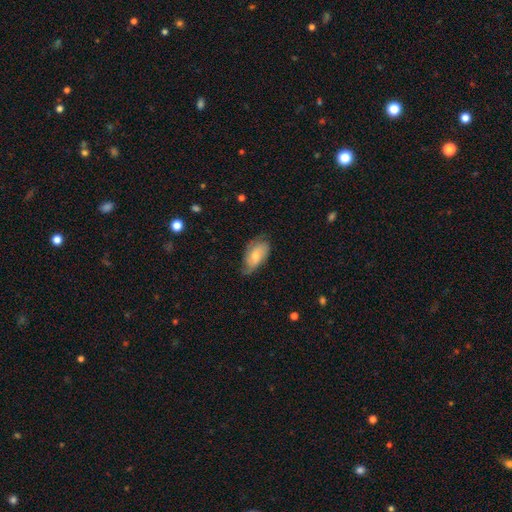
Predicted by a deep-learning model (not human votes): This appears to be a smooth galaxy with no disk features (48%). Merging: none (57%).